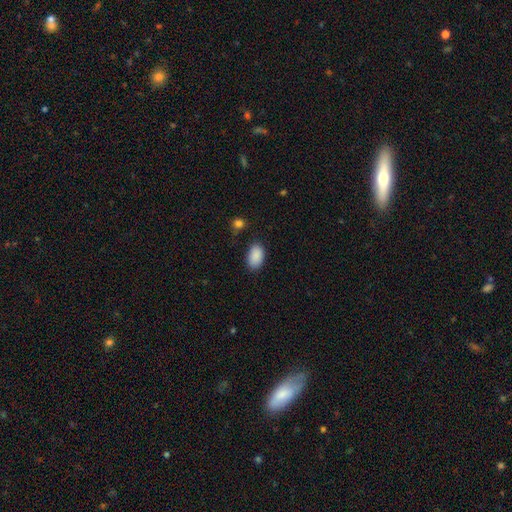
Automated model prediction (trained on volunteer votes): Smooth or featured? smooth (90%)
How rounded? in between (92%)
Merging? none (82%)